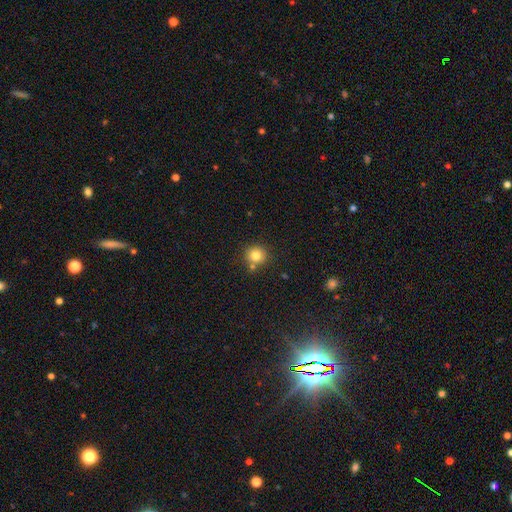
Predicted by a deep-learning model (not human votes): smooth 81%, star or artifact 12%, featured or disk 7%. Down the decision tree: how rounded — round (91%); merging — none (75%).